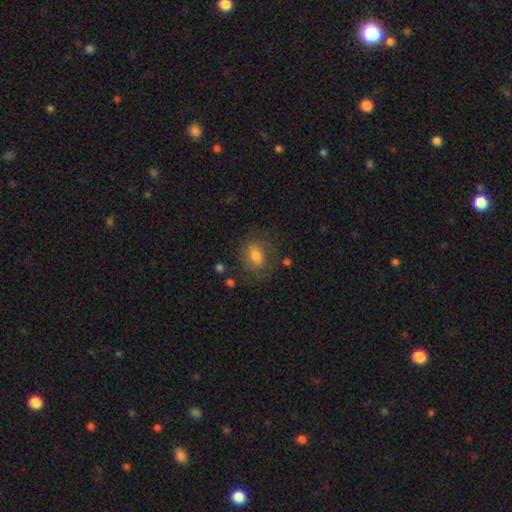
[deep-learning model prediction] A smooth galaxy with no disk features (64%) that is in between round and cigar-shaped (60%).

Vote fractions:
- Smooth or featured? smooth: 64% / featured or disk: 25% / star or artifact: 11%
- How rounded? in between: 60% / round: 38% / cigar-shaped: 2%
- Merging? none: 67% / minor disturbance: 19% / major disturbance: 10% / merger: 4%